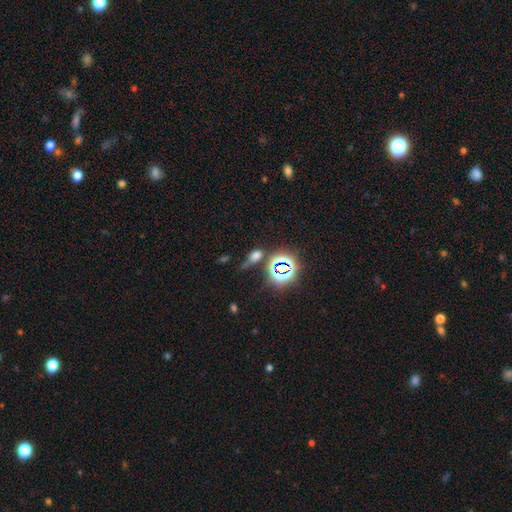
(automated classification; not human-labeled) A smooth galaxy with no disk features (45%).

Vote fractions:
- Smooth or featured? smooth: 45% / star or artifact: 43% / featured or disk: 12%
- Merging? none: 51% / minor disturbance: 21% / major disturbance: 15% / merger: 13%